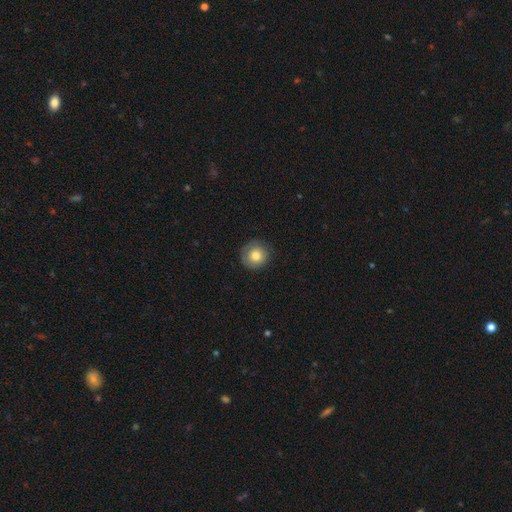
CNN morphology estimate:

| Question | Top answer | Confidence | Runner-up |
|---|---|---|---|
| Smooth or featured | smooth | 73% | featured or disk (19%) |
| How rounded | round | 94% | in between (6%) |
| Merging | none | 82% | minor disturbance (13%) |